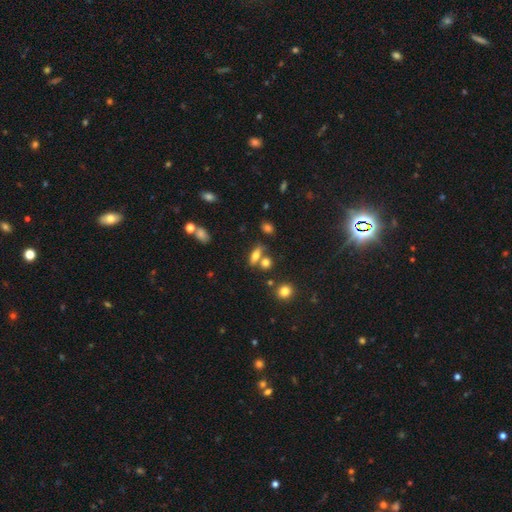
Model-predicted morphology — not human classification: smooth 63%, featured or disk 24%, star or artifact 13%. Down the decision tree: how rounded — in between (62%); merging — none (59%).